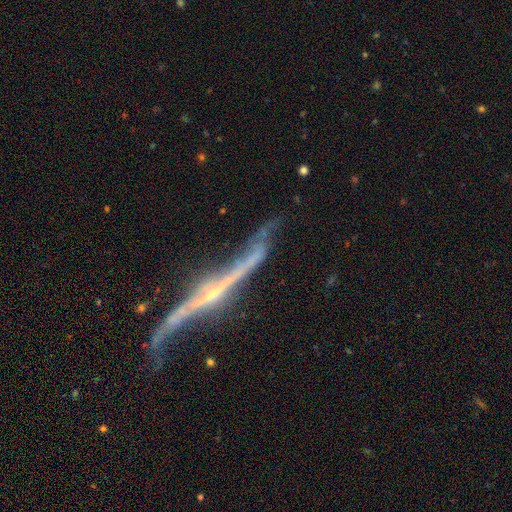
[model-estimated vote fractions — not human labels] smooth_or_featured: featured or disk (p=0.81) [alt: smooth p=0.11]
disk_edge_on: yes (p=0.86) [alt: no p=0.14]
edge_on_bulge: rounded (p=0.49) [alt: none p=0.38]
merging: none (p=0.51) [alt: minor disturbance p=0.24]